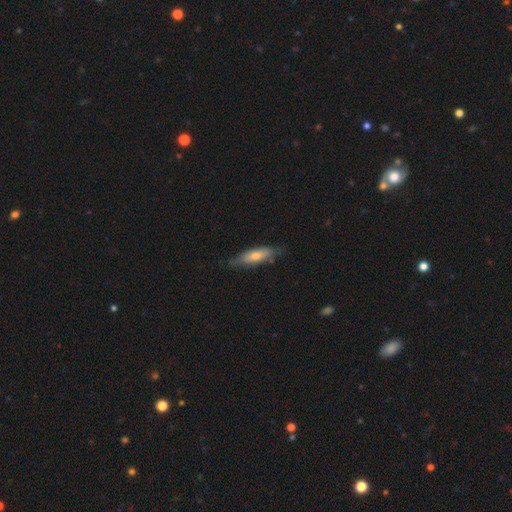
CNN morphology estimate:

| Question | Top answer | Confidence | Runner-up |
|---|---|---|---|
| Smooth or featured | smooth | 56% | featured or disk (38%) |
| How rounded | cigar-shaped | 58% | in between (40%) |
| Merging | none | 71% | minor disturbance (23%) |